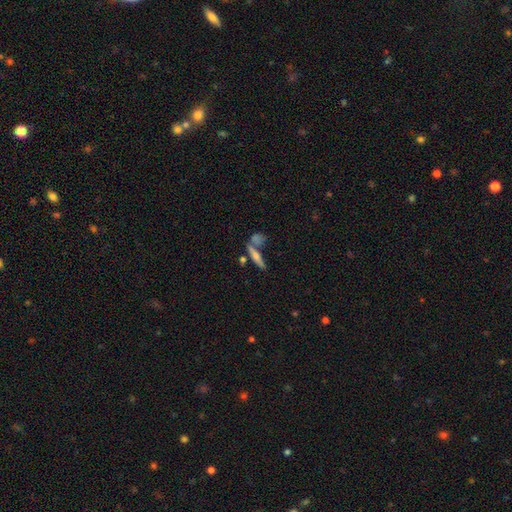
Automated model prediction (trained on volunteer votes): Overall: smooth (46%; featured or disk 45%). Merging: none (59%; merger 25%).